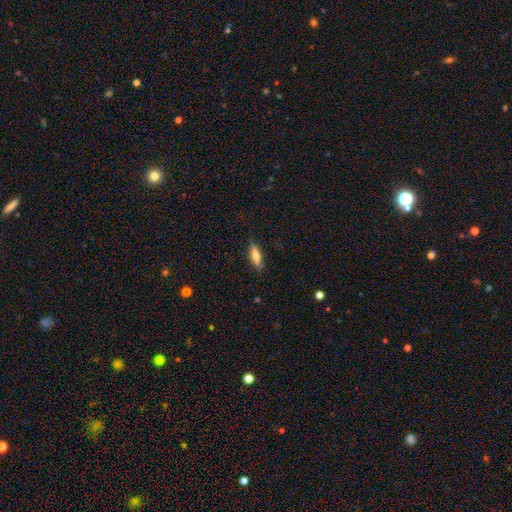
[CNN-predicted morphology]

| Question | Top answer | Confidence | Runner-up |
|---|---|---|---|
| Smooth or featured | smooth | 58% | featured or disk (35%) |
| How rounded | cigar-shaped | 59% | in between (38%) |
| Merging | none | 82% | minor disturbance (13%) |